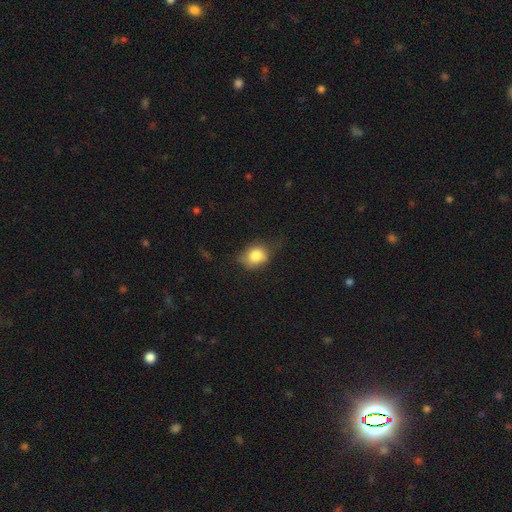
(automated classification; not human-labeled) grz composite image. It shows a smooth galaxy with no disk features (79%) that is round (50%). Merging: none (50%).